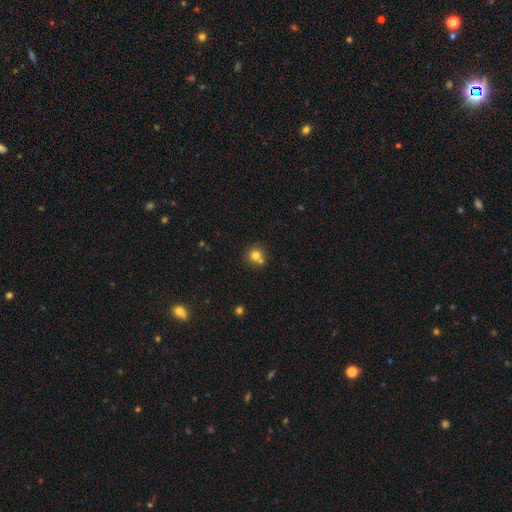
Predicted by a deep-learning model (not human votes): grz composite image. It shows a smooth galaxy with no disk features (76%) that is round (88%). Merging: none (56%).